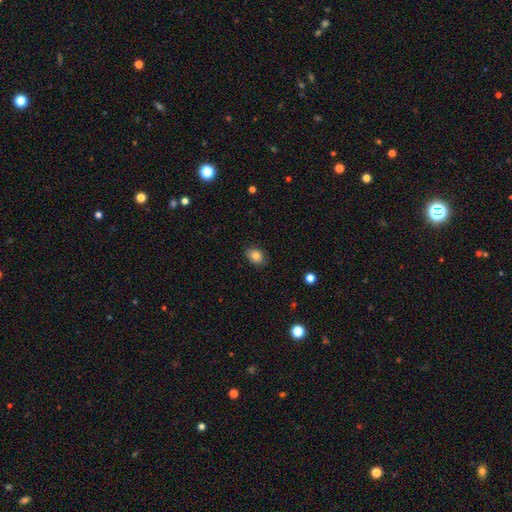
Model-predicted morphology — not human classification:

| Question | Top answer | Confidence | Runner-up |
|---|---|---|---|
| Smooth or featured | smooth | 84% | star or artifact (9%) |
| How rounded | in between | 65% | round (34%) |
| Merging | none | 84% | minor disturbance (13%) |